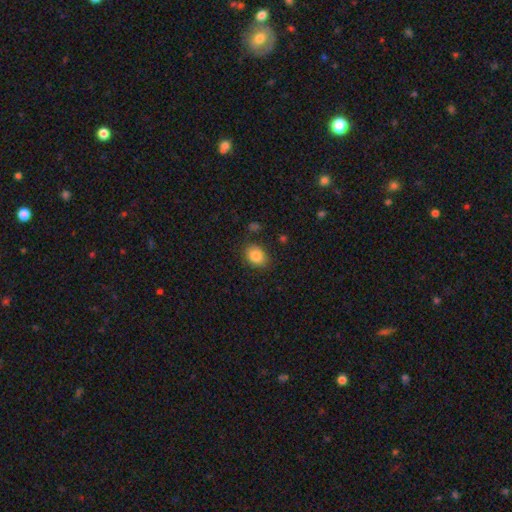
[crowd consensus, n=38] Smooth or featured? 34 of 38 (89%) said smooth. How rounded? 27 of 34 (79%) said in between. Merging? 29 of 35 (83%) said none.